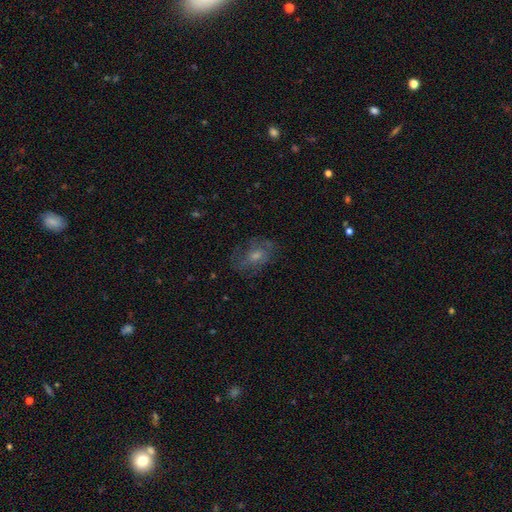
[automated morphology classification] smooth-or-featured: featured or disk: 45% | smooth: 37% | star or artifact: 19%
  merging: none: 68% | minor disturbance: 19% | major disturbance: 11% | merger: 2%